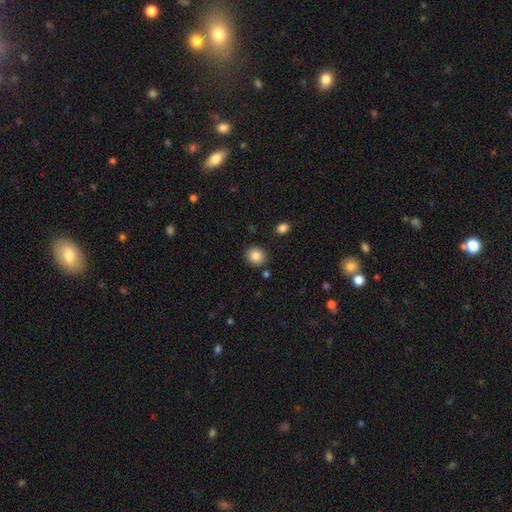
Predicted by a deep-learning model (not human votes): This is clearly a smooth galaxy (86%). How rounded: likely round (72%). Merging: clearly none (86%).